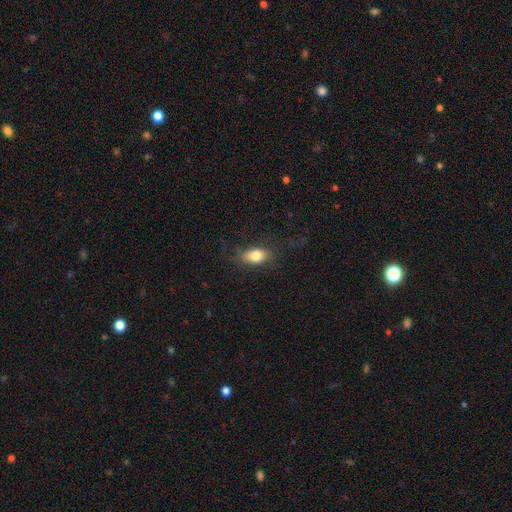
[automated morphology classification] Q: Smooth or featured?
A: smooth (78%); runner-up: featured or disk (14%)
Q: How rounded?
A: in between (87%); runner-up: round (8%)
Q: Merging?
A: none (74%); runner-up: minor disturbance (16%)